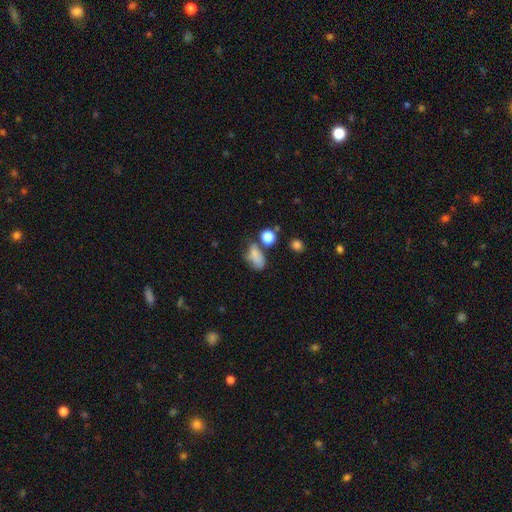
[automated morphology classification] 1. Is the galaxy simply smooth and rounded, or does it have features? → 73% smooth, 14% featured or disk, 13% star or artifact.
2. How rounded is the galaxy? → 80% in between, 14% round, 6% cigar-shaped.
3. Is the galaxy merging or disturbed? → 39% none, 26% minor disturbance, 17% major disturbance, 17% merger.